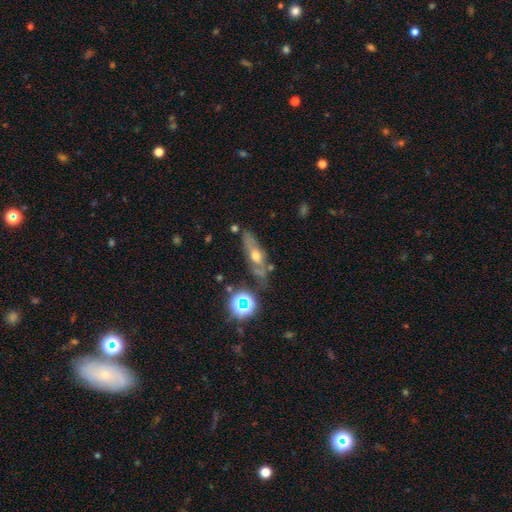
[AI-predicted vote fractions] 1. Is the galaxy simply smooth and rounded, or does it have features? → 48% featured or disk, 36% smooth, 17% star or artifact.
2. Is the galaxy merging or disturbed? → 62% none, 21% minor disturbance, 9% merger, 8% major disturbance.